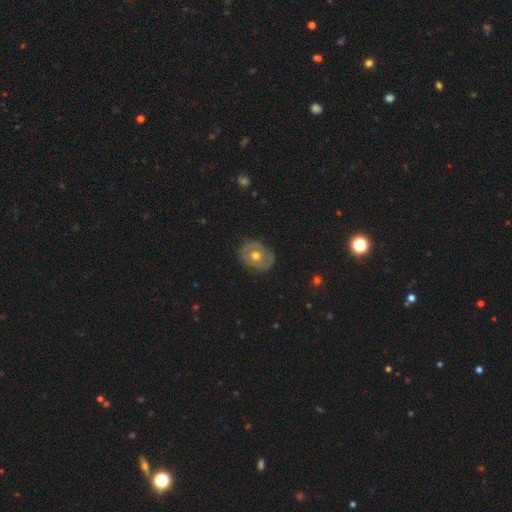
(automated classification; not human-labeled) This is possibly a featured or disk galaxy (57%). It is clearly not viewed edge-on (94%). Bar: clearly no (85%). Spiral arm pattern: likely no (72%). Central bulge: clearly moderate (82%). Merging: likely none (78%).